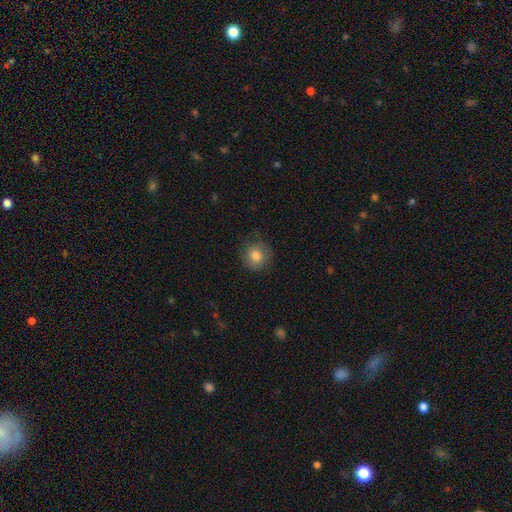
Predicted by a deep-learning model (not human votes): Morphology: type=smooth (82%); roundness=round (89%); merging=none (80%).